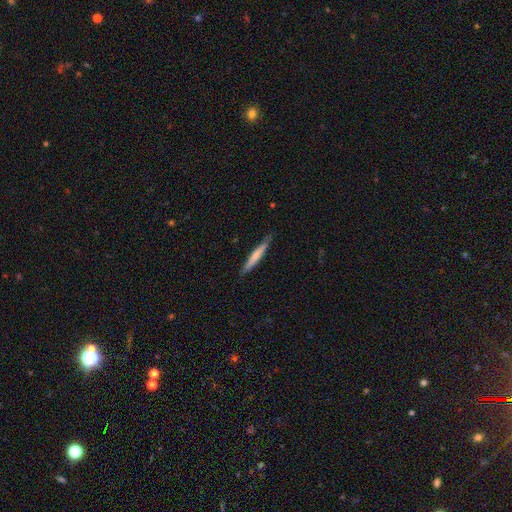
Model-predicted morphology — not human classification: Smooth or featured?
  - smooth: 58% *
  - featured or disk: 37%
  - star or artifact: 5%
How rounded?
  - cigar-shaped: 95% *
  - in between: 4%
  - round: 1%
Merging?
  - none: 86% *
  - minor disturbance: 11%
  - major disturbance: 2%
  - merger: 1%